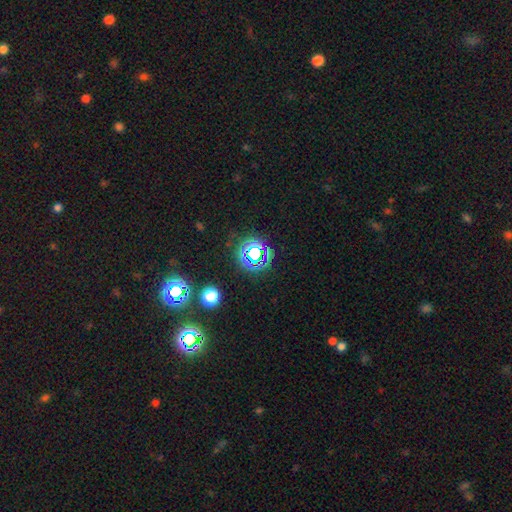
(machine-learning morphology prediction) Smooth or featured? Predicted: star or artifact (p=0.67).